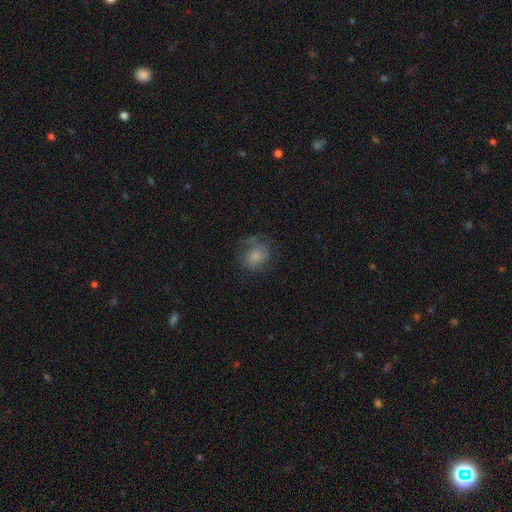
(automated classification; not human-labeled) Morphology: type=smooth (59%); roundness=round (71%); merging=none (54%).